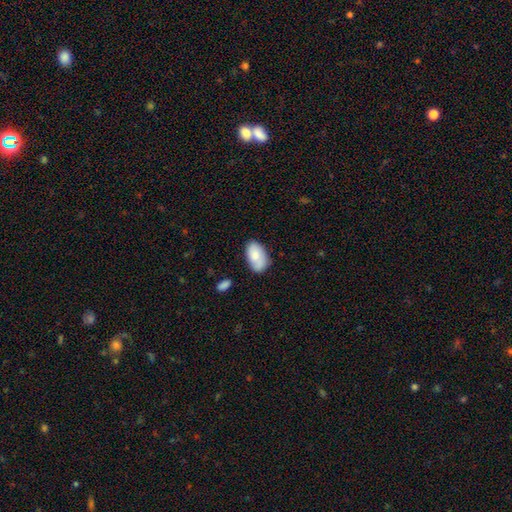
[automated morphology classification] type=smooth (79%); roundness=in between (94%); merging=none (68%).